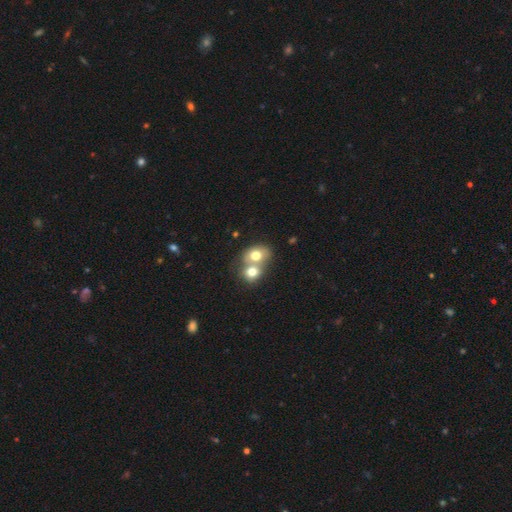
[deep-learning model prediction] Morphology: type=smooth (72%); roundness=round (55%); merging=merger (70%).